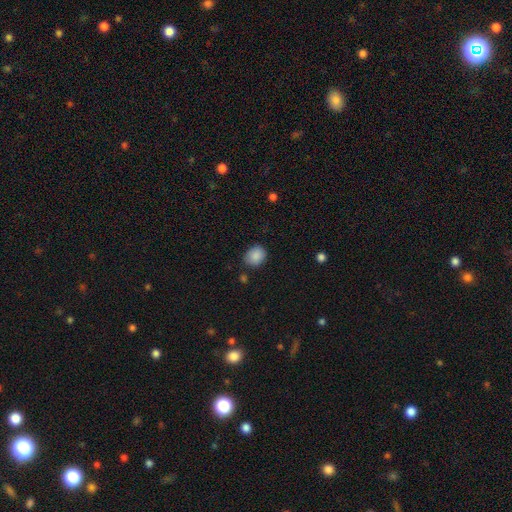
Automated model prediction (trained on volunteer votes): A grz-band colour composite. It shows a smooth galaxy with no disk features (88%) that is round (57%). Merging: none (77%).